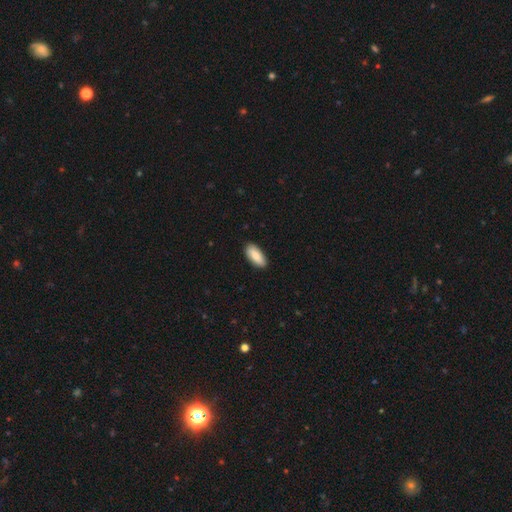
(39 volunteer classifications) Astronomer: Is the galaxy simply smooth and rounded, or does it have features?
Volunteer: smooth — 85%.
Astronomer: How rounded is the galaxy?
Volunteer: in between — 82%.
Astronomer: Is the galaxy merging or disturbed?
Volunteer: none — 89%.